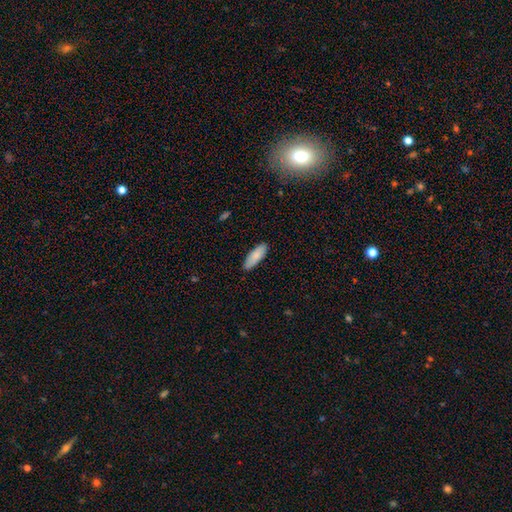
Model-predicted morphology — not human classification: smooth-or-featured: smooth: 85% | featured or disk: 9% | star or artifact: 6%
  how-rounded: in between: 62% | cigar-shaped: 36% | round: 2%
  merging: none: 86% | minor disturbance: 11% | major disturbance: 2% | merger: 1%